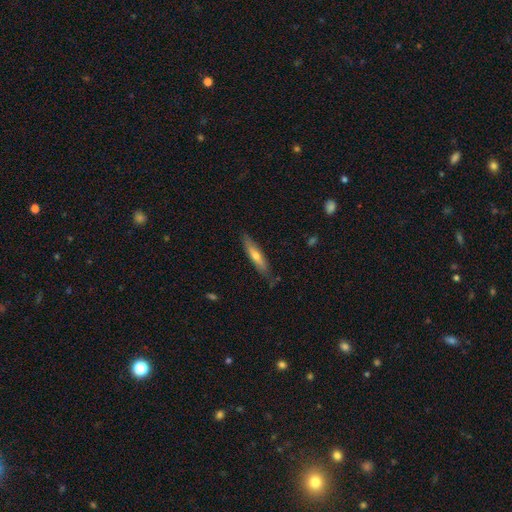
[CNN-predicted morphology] This appears to be a smooth galaxy with no disk features (48%). Merging: none (80%).